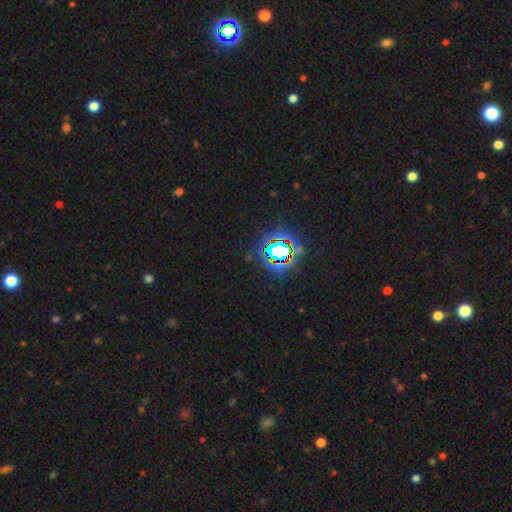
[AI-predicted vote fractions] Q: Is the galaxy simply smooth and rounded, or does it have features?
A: star or artifact — 78%.